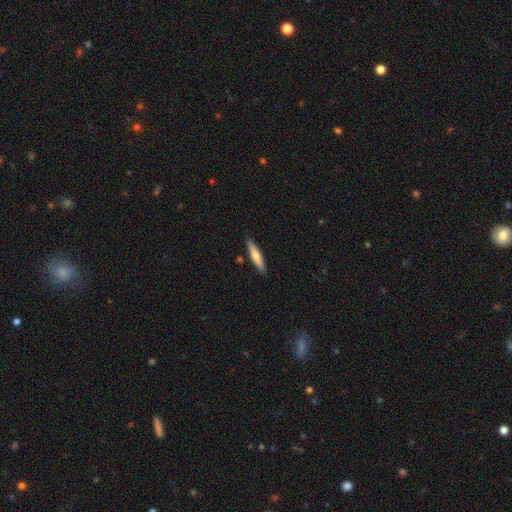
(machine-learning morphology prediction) This appears to be a smooth galaxy with no disk features (64%) that is cigar-shaped (82%). Merging: none (87%).